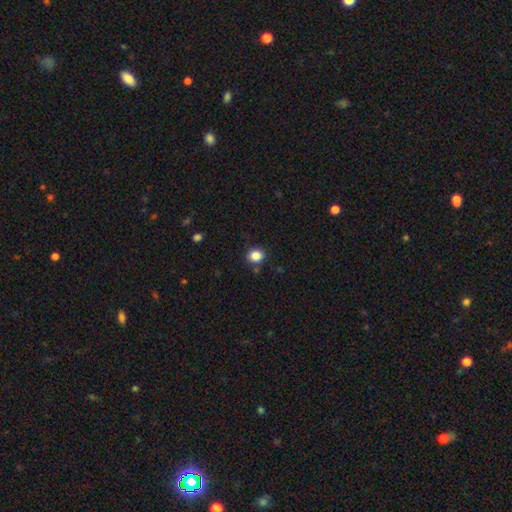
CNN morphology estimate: A smooth galaxy with no disk features (85%) that is round (74%). Merging: none (85%).